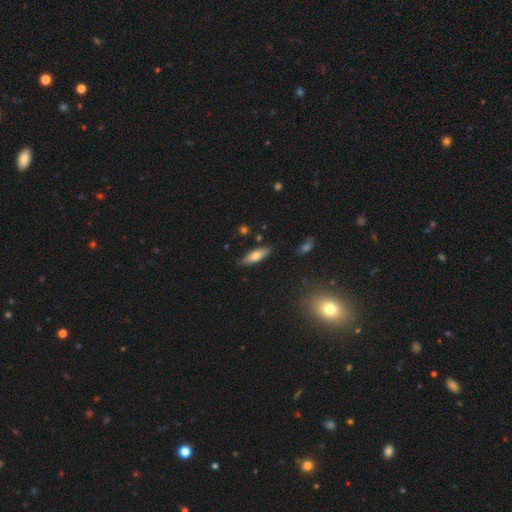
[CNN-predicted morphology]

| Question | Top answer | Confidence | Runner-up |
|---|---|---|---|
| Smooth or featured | smooth | 67% | featured or disk (26%) |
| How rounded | in between | 54% | cigar-shaped (44%) |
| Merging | none | 85% | minor disturbance (11%) |